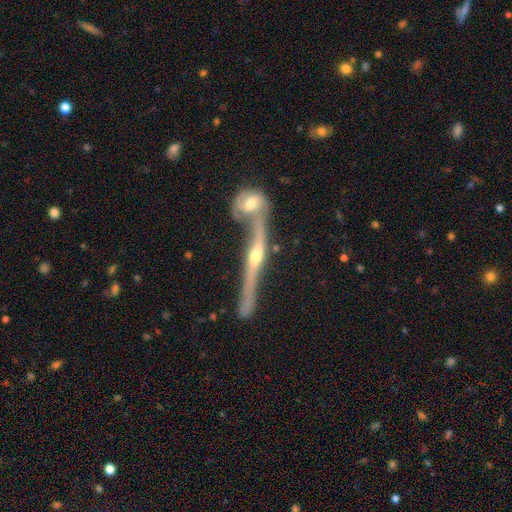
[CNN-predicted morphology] A featured or disk galaxy (79%) viewed edge-on (87%) with a rounded central bulge (88%).

Vote fractions:
- Smooth or featured? featured or disk: 79% / smooth: 14% / star or artifact: 6%
- Edge-on disk? yes: 87% / no: 13%
- Edge-on bulge? rounded: 88% / none: 7% / boxy: 4%
- Merging? merger: 43% / none: 37% / minor disturbance: 12% / major disturbance: 7%